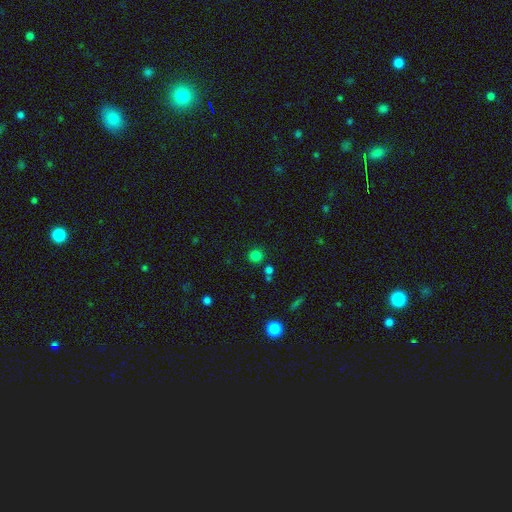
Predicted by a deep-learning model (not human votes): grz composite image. It shows a smooth galaxy with no disk features (79%) that is round (93%). Merging: none (82%).